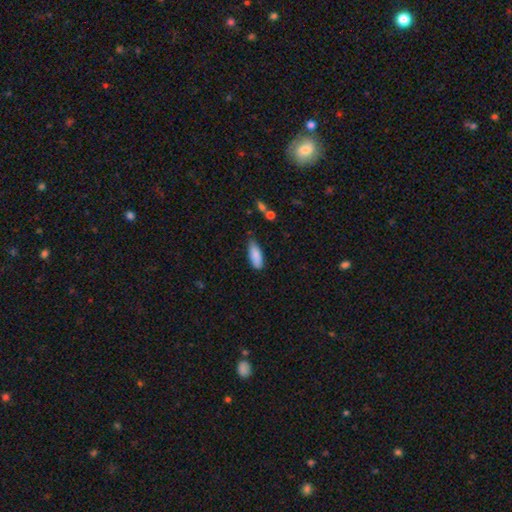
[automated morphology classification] smooth 87%, featured or disk 7%, star or artifact 6%. Down the decision tree: how rounded — in between (73%); merging — none (70%).